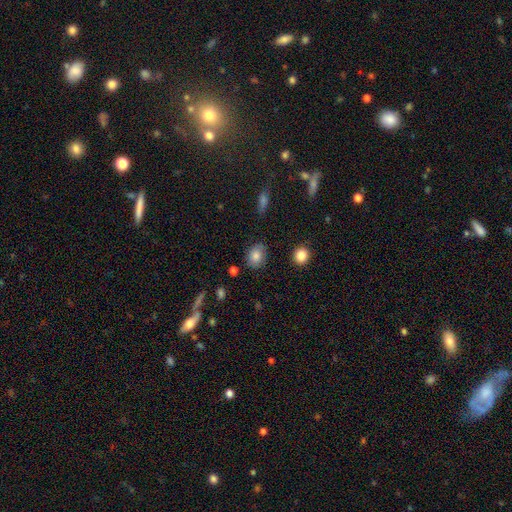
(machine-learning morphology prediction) This appears to be a smooth galaxy with no disk features (81%) that is in between round and cigar-shaped (61%). Merging: none (77%).